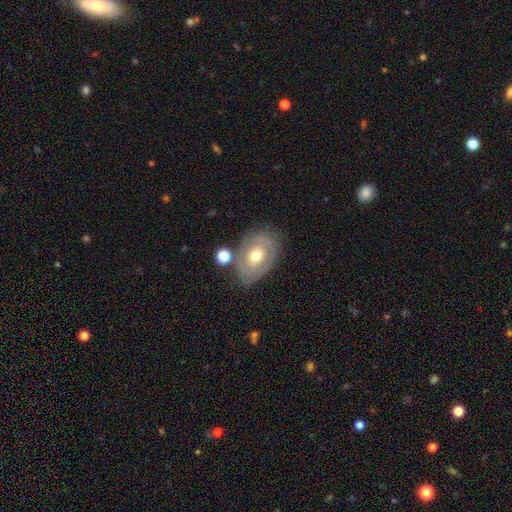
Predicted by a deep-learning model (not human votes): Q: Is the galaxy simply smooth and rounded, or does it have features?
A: featured or disk — 57%.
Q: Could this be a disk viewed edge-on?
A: no — 93%.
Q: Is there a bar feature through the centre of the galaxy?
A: no — 74%.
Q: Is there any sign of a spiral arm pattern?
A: no — 54%.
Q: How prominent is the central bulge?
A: moderate — 74%.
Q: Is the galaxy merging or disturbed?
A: none — 65%.